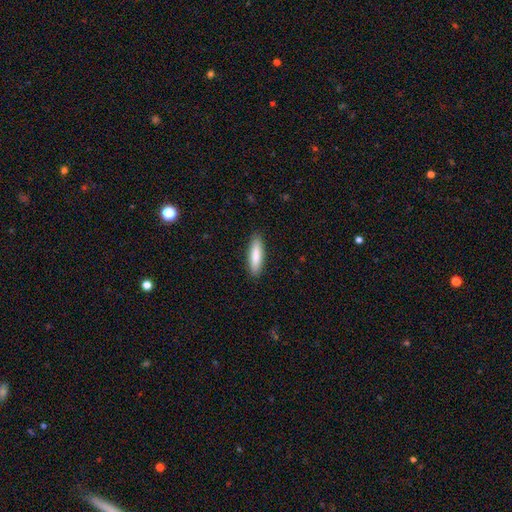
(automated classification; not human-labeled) This is clearly a smooth galaxy (84%). How rounded: likely cigar-shaped (65%). Merging: clearly none (89%).